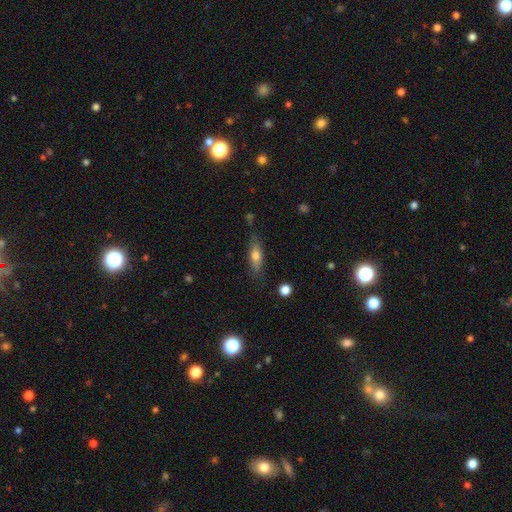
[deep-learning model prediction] Smooth or featured? Predicted: smooth (p=0.67). How rounded? Predicted: in between (p=0.51). Merging? Predicted: none (p=0.75).